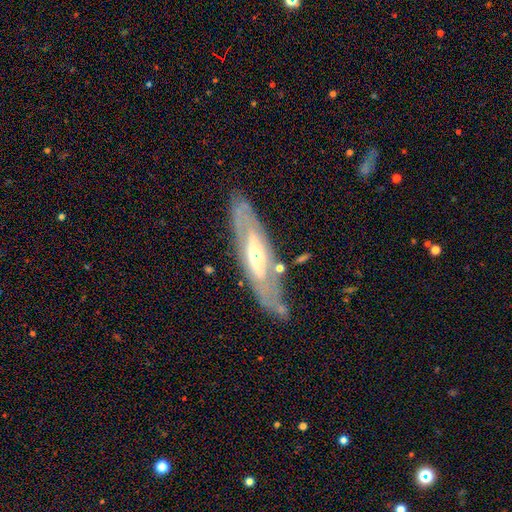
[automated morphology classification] This is likely a featured or disk galaxy (73%). It is likely not viewed edge-on (65%). Merging: likely none (73%).